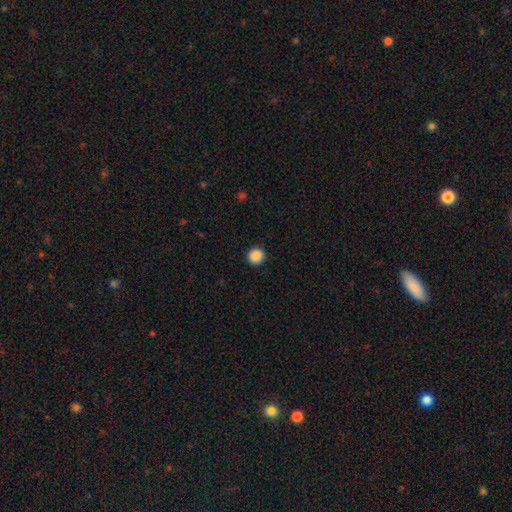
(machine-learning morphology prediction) This appears to be a smooth galaxy with no disk features (89%) that is round (94%). Merging: none (92%).